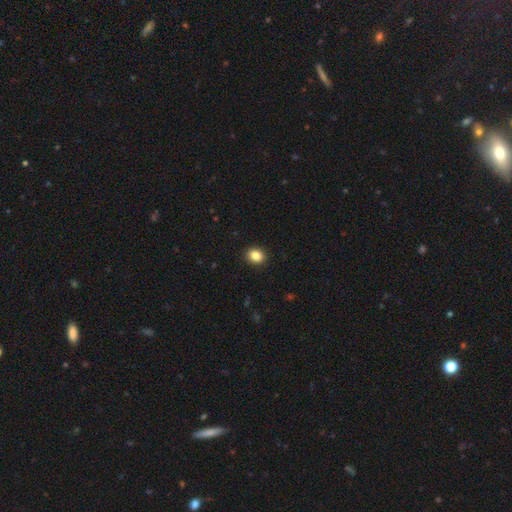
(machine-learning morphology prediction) Smooth or featured?
  - smooth: 85% *
  - star or artifact: 10%
  - featured or disk: 5%
How rounded?
  - round: 62% *
  - in between: 37%
  - cigar-shaped: 1%
Merging?
  - none: 92% *
  - minor disturbance: 5%
  - major disturbance: 2%
  - merger: 1%